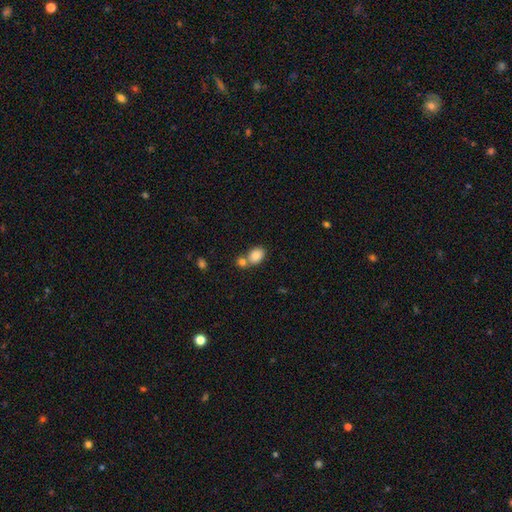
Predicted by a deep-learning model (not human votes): Overall: smooth (84%). How rounded: in between (68%; round 31%). Merging: none (46%; merger 41%).